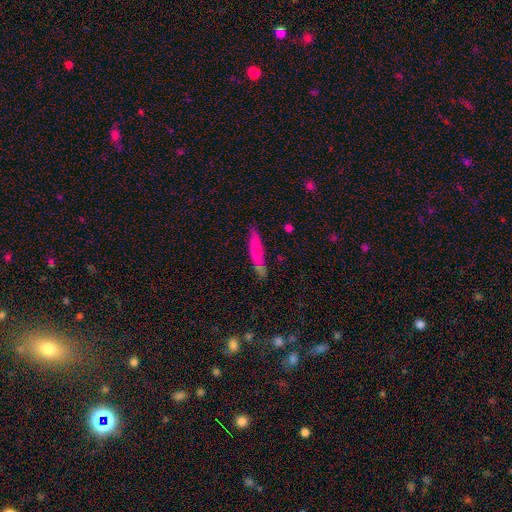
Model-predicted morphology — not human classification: Overall: smooth (74%). How rounded: cigar-shaped (87%). Merging: none (79%).